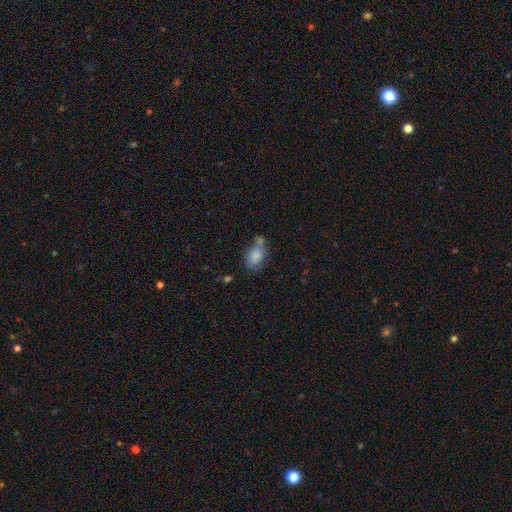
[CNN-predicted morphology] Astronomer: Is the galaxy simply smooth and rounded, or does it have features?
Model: smooth — 82%.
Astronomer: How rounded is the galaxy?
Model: in between — 82%.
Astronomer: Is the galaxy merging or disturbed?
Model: none — 42% (runner-up: merger, 30%).